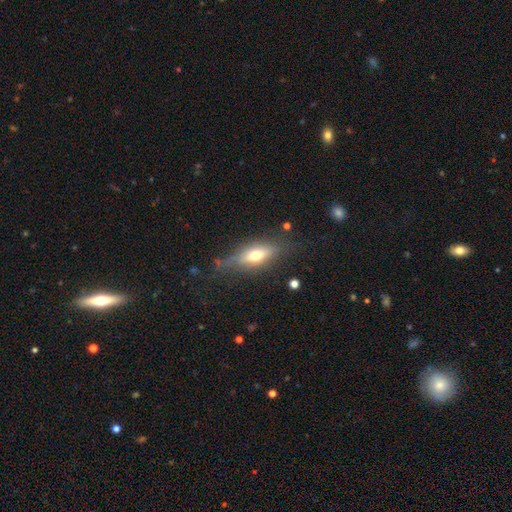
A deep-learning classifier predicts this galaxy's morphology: A smooth galaxy with no disk features (51%) that is in between round and cigar-shaped (63%). Merging: none (70%).